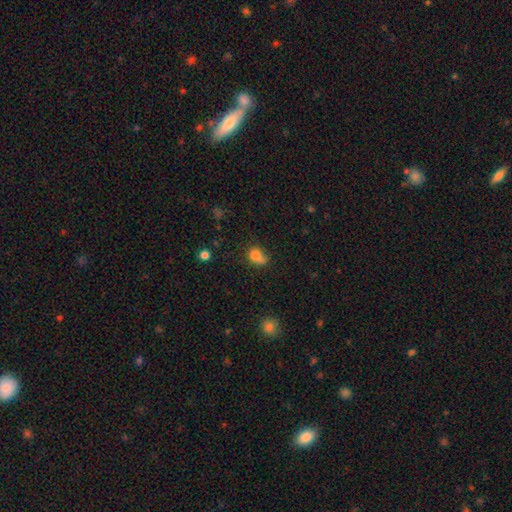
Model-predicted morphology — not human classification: Smooth or featured? smooth (78%)
How rounded? in between (56%)
Merging? none (41%)